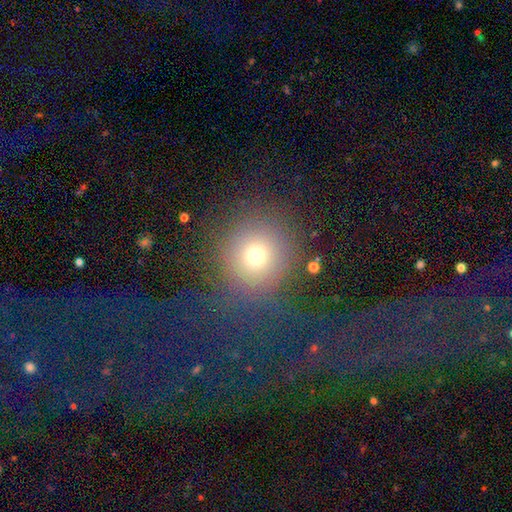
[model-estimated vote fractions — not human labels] Overall: smooth (70%). How rounded: round (92%). Merging: none (74%).